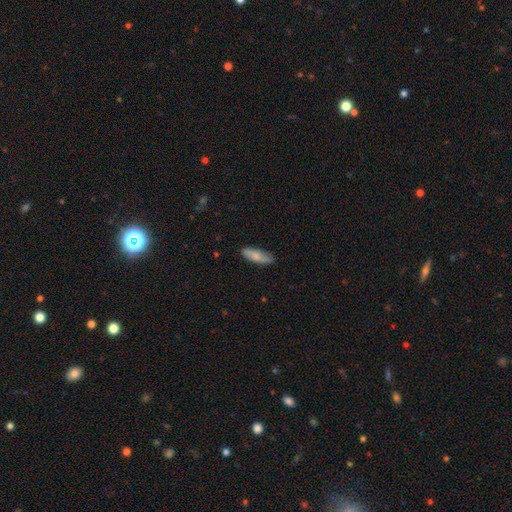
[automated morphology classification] smooth-or-featured: smooth: 75% | featured or disk: 19% | star or artifact: 6%
  how-rounded: cigar-shaped: 50% | in between: 48% | round: 2%
  merging: none: 81% | minor disturbance: 15% | major disturbance: 3% | merger: 1%